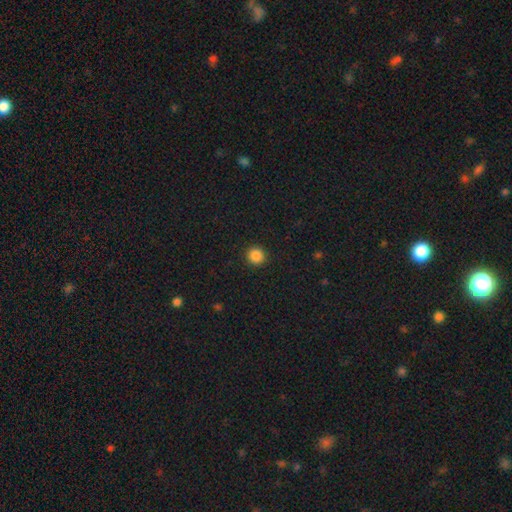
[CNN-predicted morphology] Smooth or featured? smooth (86%)
How rounded? round (94%)
Merging? none (92%)